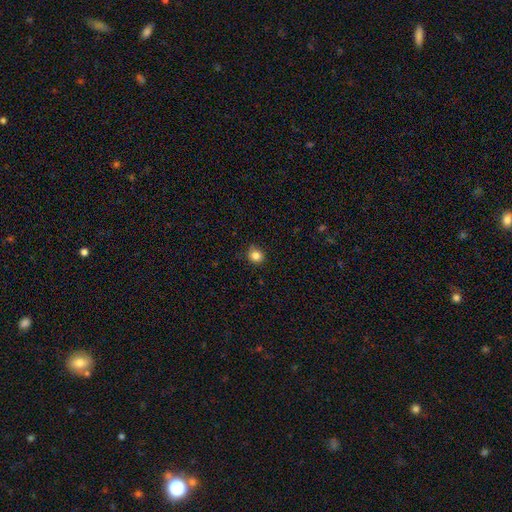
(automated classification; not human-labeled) This is clearly a smooth galaxy (84%). How rounded: clearly round (85%). Merging: clearly none (83%).